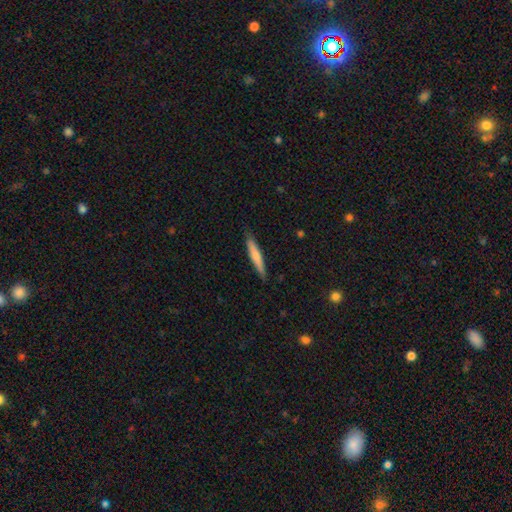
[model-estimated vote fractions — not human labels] The model was most divided on "smooth or featured": smooth: 67%, featured or disk: 28%, star or artifact: 5%. More confident: how rounded — cigar-shaped (92%); merging — none (85%).